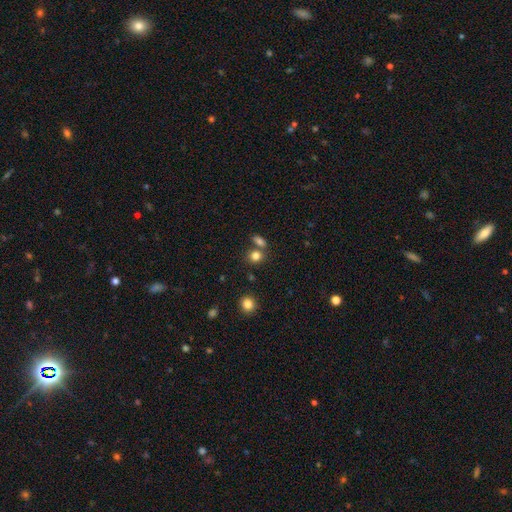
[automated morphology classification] Smooth or featured? Predicted: smooth (p=0.81). How rounded? Predicted: round (p=0.66). Merging? Predicted: none (p=0.59).